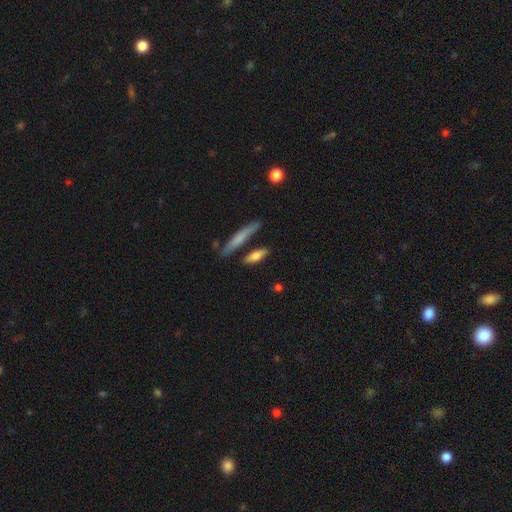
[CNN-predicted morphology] A smooth galaxy with no disk features (72%) that is cigar-shaped (60%).

Vote fractions:
- Smooth or featured? smooth: 72% / featured or disk: 21% / star or artifact: 6%
- How rounded? cigar-shaped: 60% / in between: 37% / round: 3%
- Merging? none: 74% / minor disturbance: 14% / merger: 9% / major disturbance: 4%